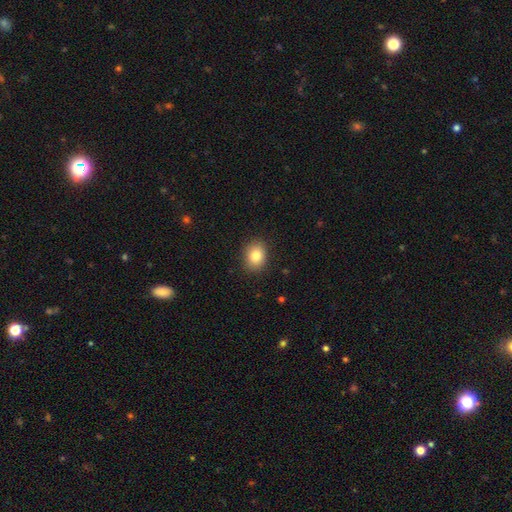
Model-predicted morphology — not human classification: This is clearly a smooth galaxy (82%). How rounded: possibly in between (51%). Merging: clearly none (88%).